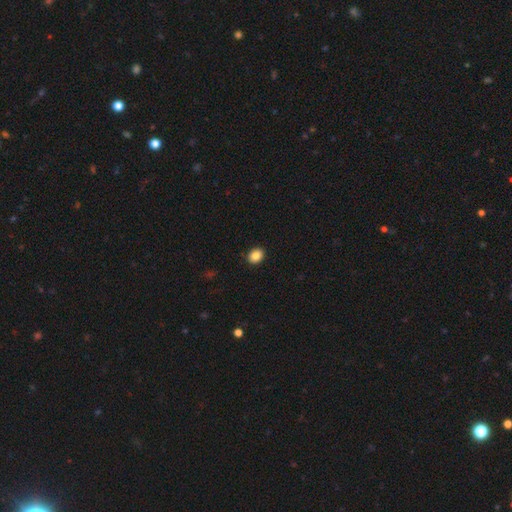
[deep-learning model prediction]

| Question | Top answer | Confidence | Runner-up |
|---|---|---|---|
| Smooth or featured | smooth | 87% | star or artifact (9%) |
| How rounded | in between | 53% | round (46%) |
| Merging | none | 90% | minor disturbance (7%) |